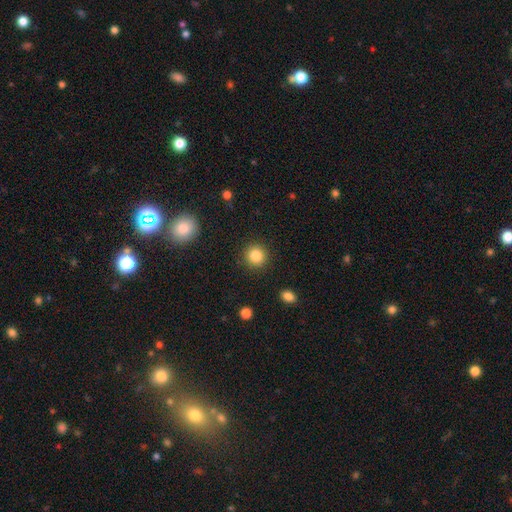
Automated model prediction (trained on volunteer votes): Smooth or featured?
  - smooth: 85% *
  - star or artifact: 10%
  - featured or disk: 5%
How rounded?
  - round: 93% *
  - in between: 6%
  - cigar-shaped: 1%
Merging?
  - none: 91% *
  - minor disturbance: 5%
  - major disturbance: 2%
  - merger: 1%